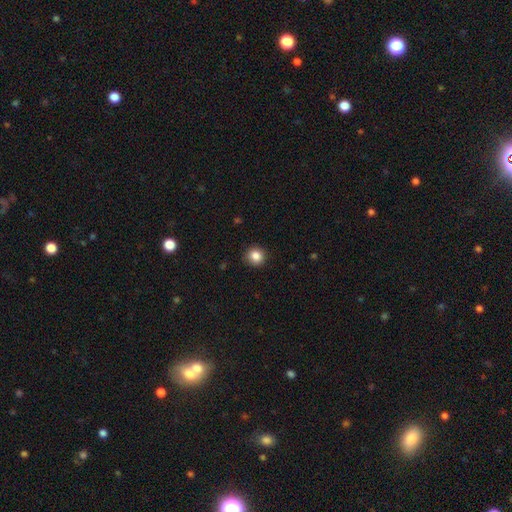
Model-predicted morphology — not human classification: Q: Smooth or featured?
A: smooth (86%); runner-up: star or artifact (10%)
Q: How rounded?
A: round (90%); runner-up: in between (9%)
Q: Merging?
A: none (90%); runner-up: minor disturbance (7%)